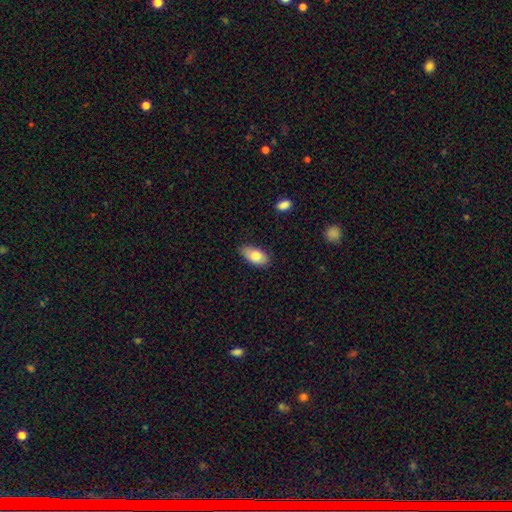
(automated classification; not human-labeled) smooth-or-featured: smooth: 82% | featured or disk: 12% | star or artifact: 7%
  how-rounded: in between: 92% | cigar-shaped: 4% | round: 4%
  merging: none: 78% | minor disturbance: 18% | major disturbance: 3% | merger: 1%